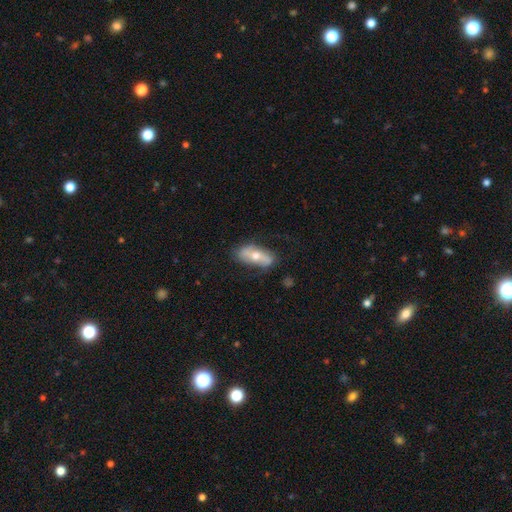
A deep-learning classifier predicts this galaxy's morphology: smooth-or-featured: featured or disk: 49% | smooth: 45% | star or artifact: 6%
  merging: none: 75% | minor disturbance: 18% | major disturbance: 5% | merger: 2%